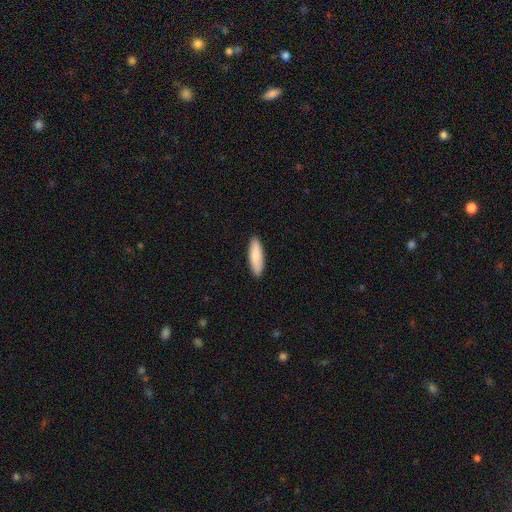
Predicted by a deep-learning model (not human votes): This is clearly a smooth galaxy (85%). How rounded: possibly cigar-shaped (50%). Merging: clearly none (90%).